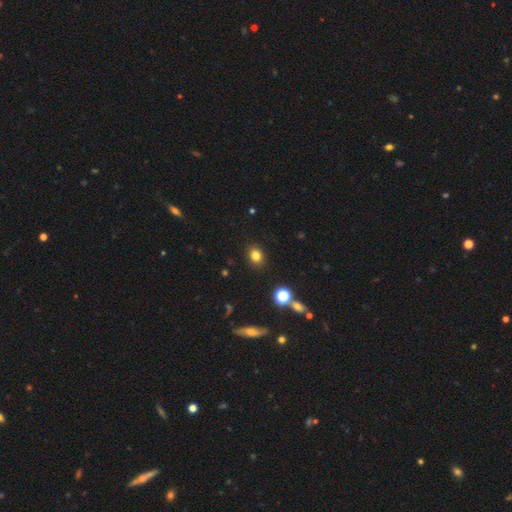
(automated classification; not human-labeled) Smooth or featured? smooth (80%)
How rounded? round (61%)
Merging? none (89%)